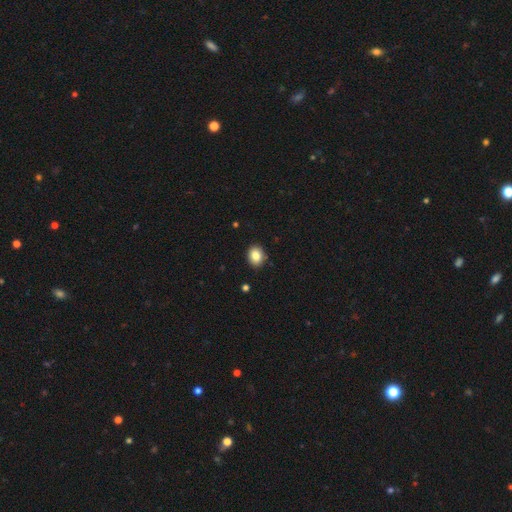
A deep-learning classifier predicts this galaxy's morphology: smooth-or-featured: smooth: 85% | star or artifact: 9% | featured or disk: 6%
  how-rounded: round: 51% | in between: 48% | cigar-shaped: 1%
  merging: none: 89% | minor disturbance: 8% | major disturbance: 2% | merger: 1%